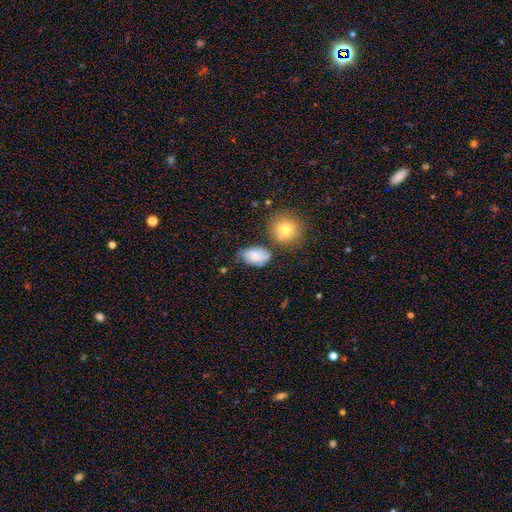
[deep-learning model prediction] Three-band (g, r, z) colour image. It shows a smooth galaxy with no disk features (67%) that is in between round and cigar-shaped (86%). Merging: none (52%).